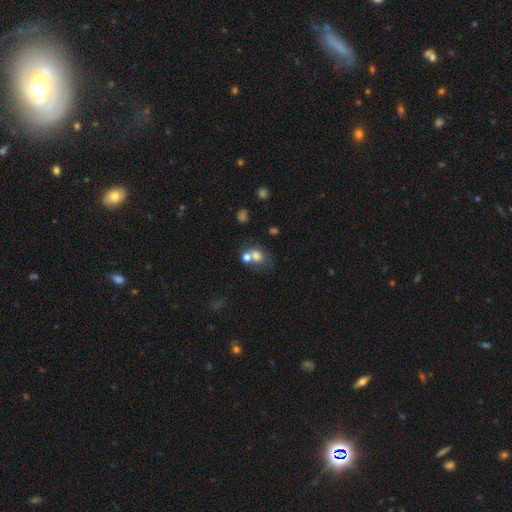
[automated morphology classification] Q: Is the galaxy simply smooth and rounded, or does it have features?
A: smooth — 71%.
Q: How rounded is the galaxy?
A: round — 56%.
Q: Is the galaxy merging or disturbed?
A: merger — 46%.